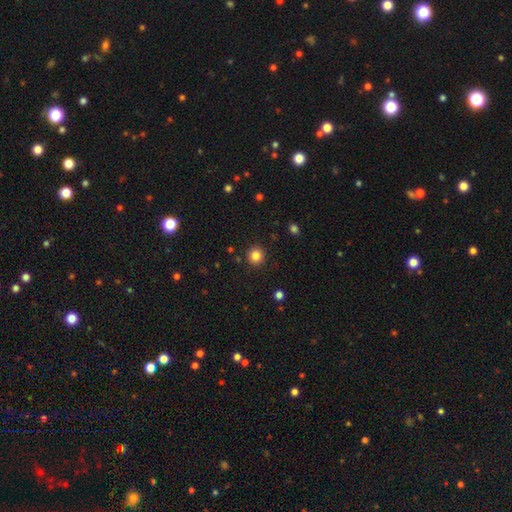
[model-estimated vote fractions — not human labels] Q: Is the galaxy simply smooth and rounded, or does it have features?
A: smooth — 84%.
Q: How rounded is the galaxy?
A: round — 92%.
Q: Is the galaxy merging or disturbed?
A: none — 91%.